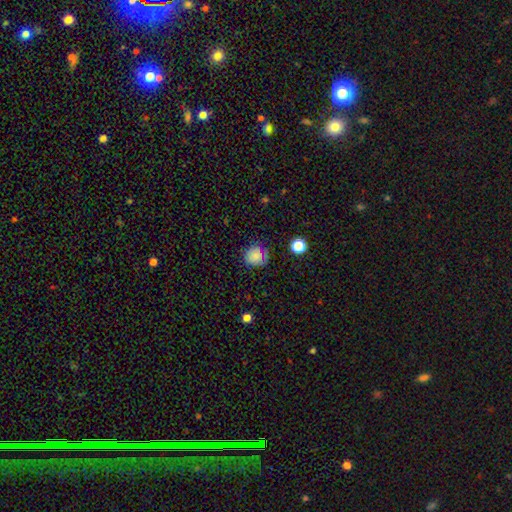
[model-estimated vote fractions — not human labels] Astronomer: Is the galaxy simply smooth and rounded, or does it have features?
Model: smooth — 74%.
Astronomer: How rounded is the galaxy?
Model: round — 83%.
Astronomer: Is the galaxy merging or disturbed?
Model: none — 71%.